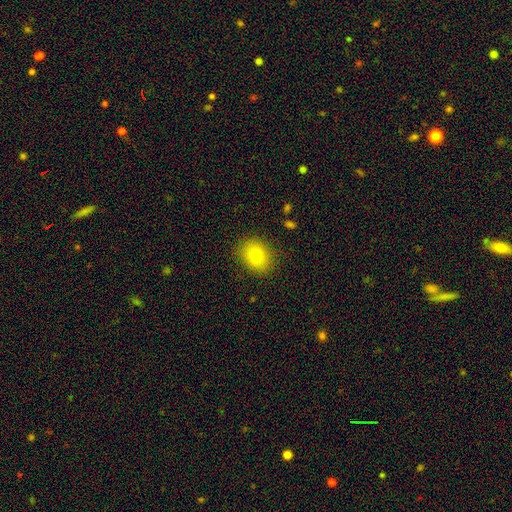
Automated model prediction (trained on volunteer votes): Smooth or featured? Predicted: smooth (p=0.80). How rounded? Predicted: in between (p=0.50). Merging? Predicted: none (p=0.86).